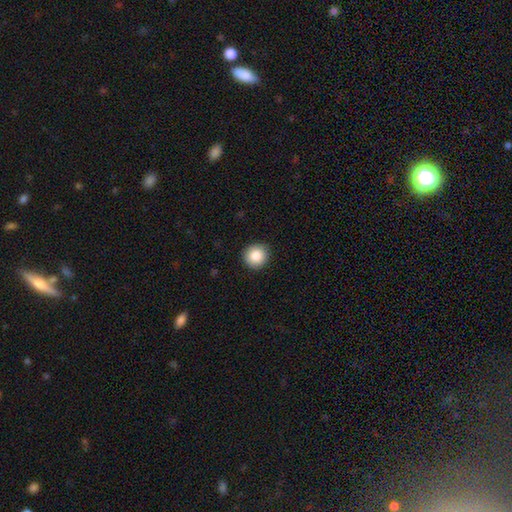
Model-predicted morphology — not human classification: smooth-or-featured: smooth: 87% | star or artifact: 8% | featured or disk: 5%
  how-rounded: round: 94% | in between: 5% | cigar-shaped: 1%
  merging: none: 91% | minor disturbance: 6% | major disturbance: 2% | merger: 1%